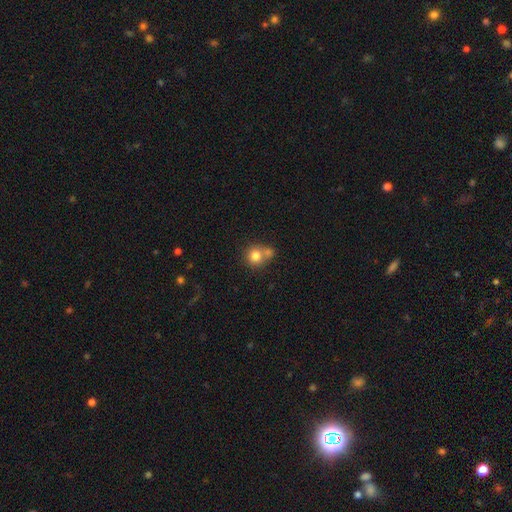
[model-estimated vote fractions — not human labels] Smooth or featured?
  - smooth: 78% *
  - featured or disk: 11%
  - star or artifact: 11%
How rounded?
  - round: 87% *
  - in between: 12%
  - cigar-shaped: 1%
Merging?
  - none: 48% *
  - merger: 40%
  - minor disturbance: 9%
  - major disturbance: 3%